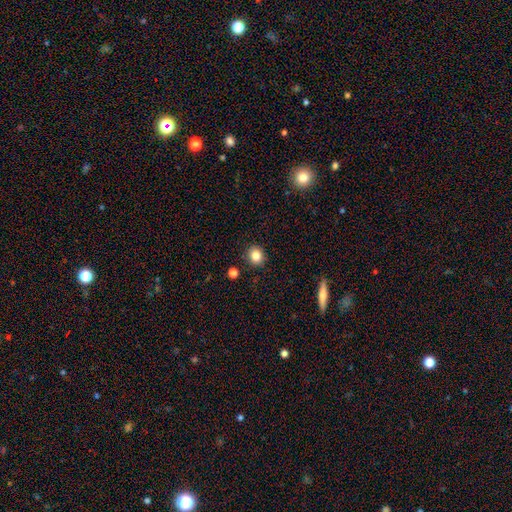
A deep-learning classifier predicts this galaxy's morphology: Smooth or featured?
  - smooth: 83% *
  - star or artifact: 11%
  - featured or disk: 6%
How rounded?
  - round: 78% *
  - in between: 21%
  - cigar-shaped: 1%
Merging?
  - none: 89% *
  - minor disturbance: 7%
  - merger: 2%
  - major disturbance: 2%